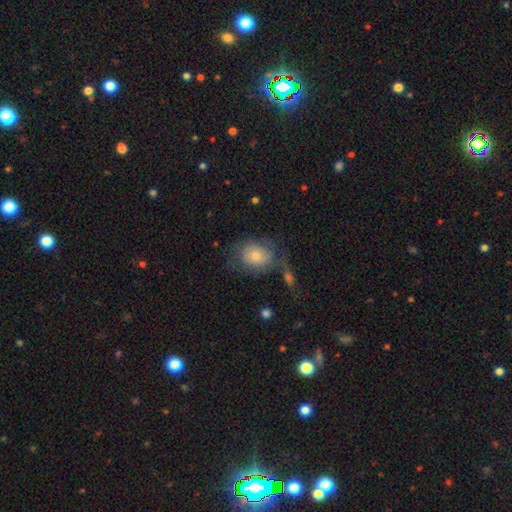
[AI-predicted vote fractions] Overall: smooth (61%; featured or disk 28%). How rounded: round (51%; in between 47%). Merging: none (50%; minor disturbance 22%).